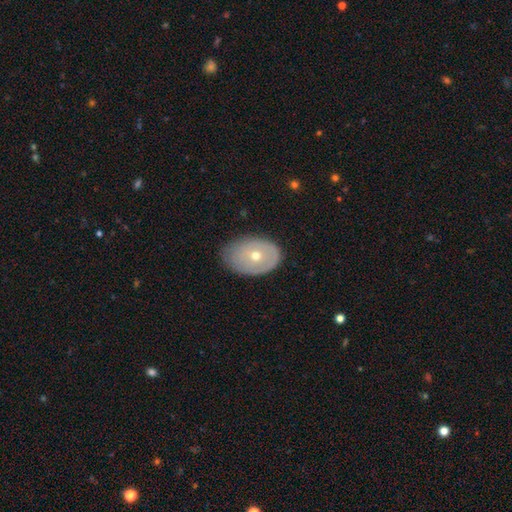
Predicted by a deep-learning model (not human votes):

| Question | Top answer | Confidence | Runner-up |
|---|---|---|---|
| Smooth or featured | smooth | 49% | featured or disk (44%) |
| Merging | none | 70% | minor disturbance (23%) |